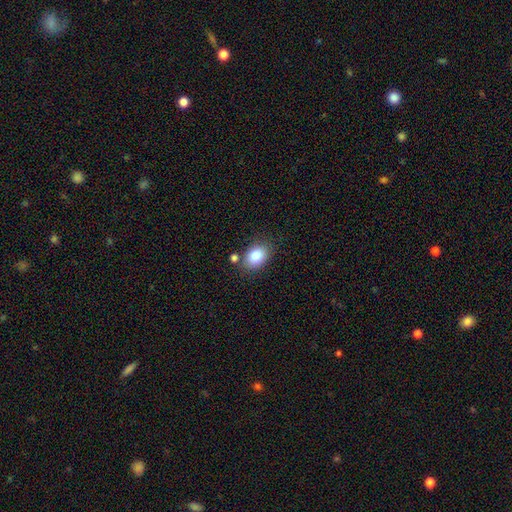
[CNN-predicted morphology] smooth_or_featured: smooth (p=0.83) [alt: featured or disk p=0.09]
how_rounded: in between (p=0.78) [alt: round p=0.21]
merging: none (p=0.75) [alt: minor disturbance p=0.13]